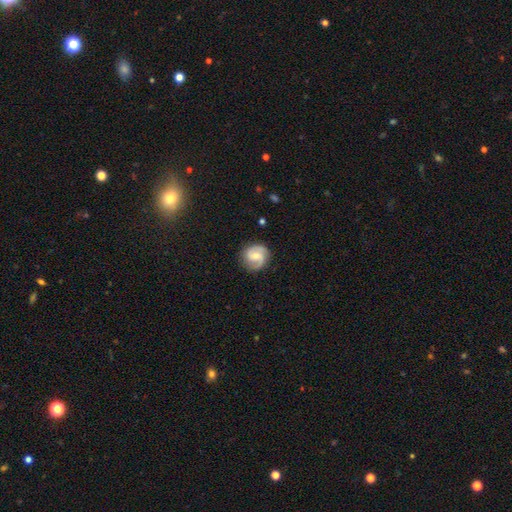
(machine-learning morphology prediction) smooth-or-featured: featured or disk: 75% | smooth: 19% | star or artifact: 6%
  disk-edge-on: no: 98% | yes: 2%
    bar: weak: 46% | no: 43% | strong: 11%
    has-spiral-arms: yes: 95% | no: 5%
      spiral-winding: medium: 47% | tight: 36% | loose: 17%
      spiral-arm-count: 2: 86% | can't tell: 5% | 1: 4% | 3: 3% | 4: 1% | more than 4: 1%
    bulge-size: moderate: 57% | small: 38% | large: 2% | none: 2% | dominant: 1%
  merging: none: 83% | minor disturbance: 13% | major disturbance: 3% | merger: 1%